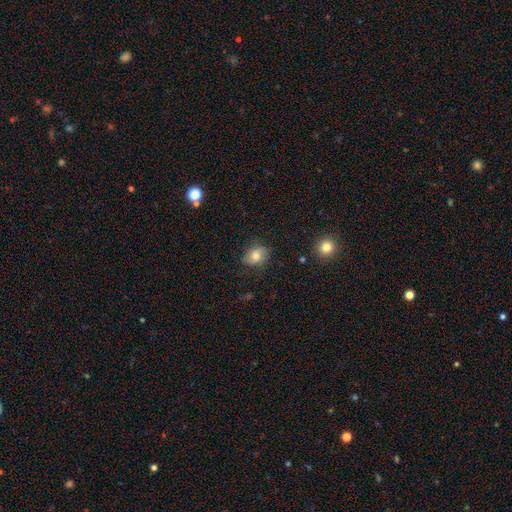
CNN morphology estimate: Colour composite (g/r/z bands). It shows a smooth galaxy with no disk features (70%) that is in between round and cigar-shaped (54%). Merging: none (72%).